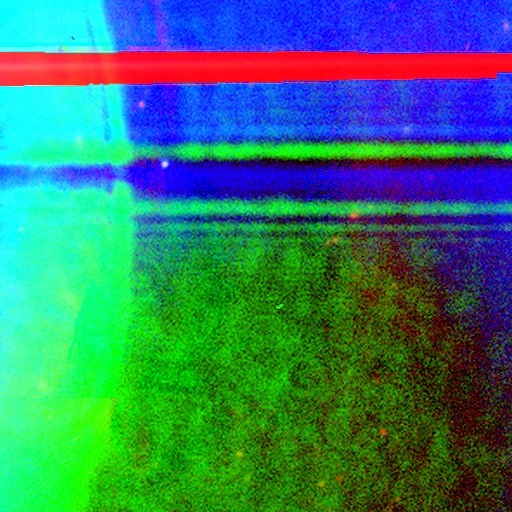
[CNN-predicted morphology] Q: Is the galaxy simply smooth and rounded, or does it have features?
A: star or artifact — 72%.